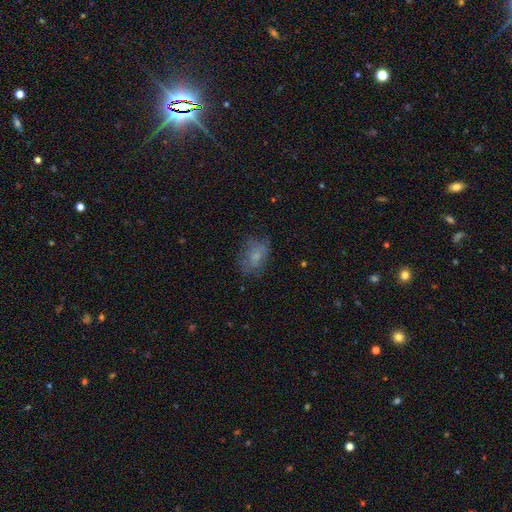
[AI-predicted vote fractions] Smooth or featured? smooth (64%)
How rounded? in between (74%)
Merging? none (61%)